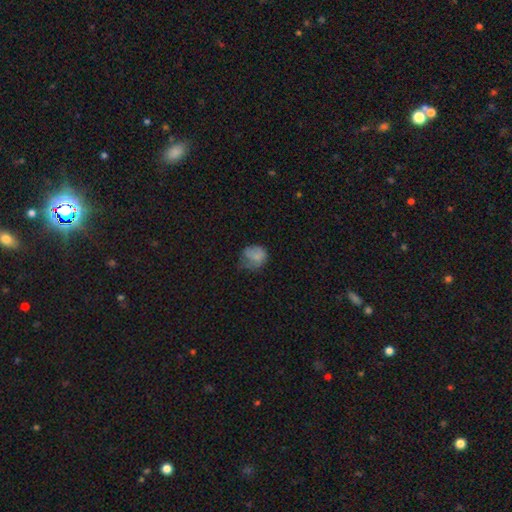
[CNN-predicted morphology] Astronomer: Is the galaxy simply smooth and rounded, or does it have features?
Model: smooth — 71%.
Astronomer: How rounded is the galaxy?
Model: round — 61% (runner-up: in between, 38%).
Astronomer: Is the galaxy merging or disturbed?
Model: minor disturbance — 35% (runner-up: none, 34%).